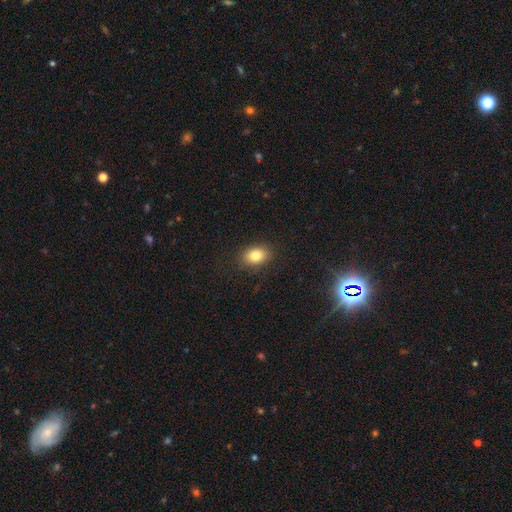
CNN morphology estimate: Overall: smooth (81%). How rounded: in between (76%). Merging: none (86%).